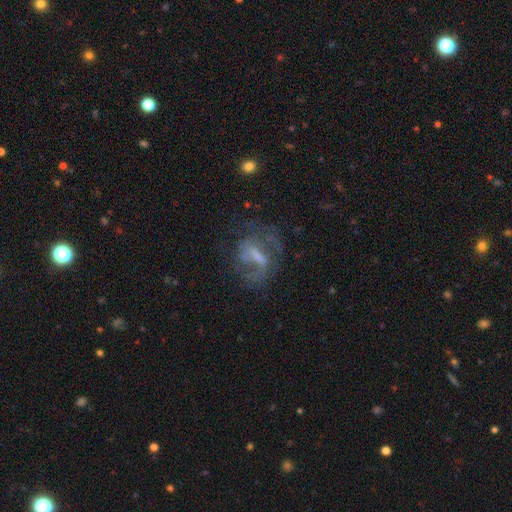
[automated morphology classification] The model was most divided on "bar": weak: 41%, strong: 37%, no: 21%. Remaining: edge-on disk — no (95%); smooth or featured — featured or disk (68%); spiral arms — yes (68%); merging — none (47%); bulge size — none (37%).